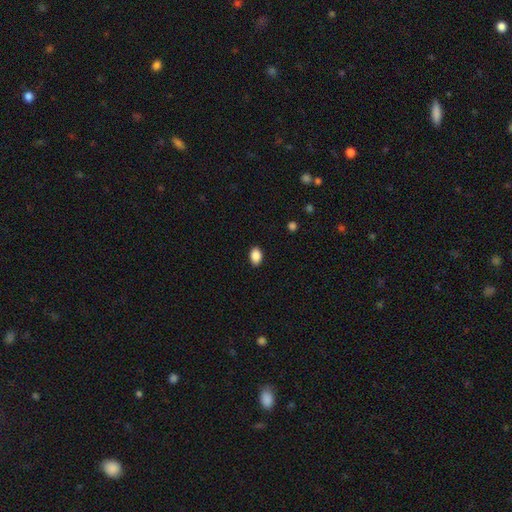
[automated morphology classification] The model was most divided on "how rounded": in between: 83%, round: 16%, cigar-shaped: 1%. More confident: smooth or featured — smooth (89%); merging — none (88%).